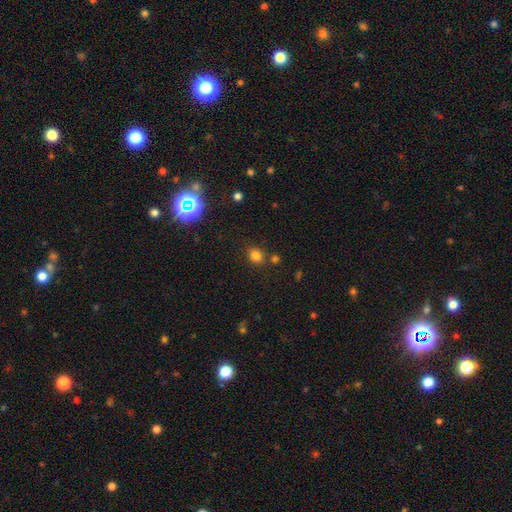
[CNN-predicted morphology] smooth 79%, star or artifact 16%, featured or disk 5%. Down the decision tree: how rounded — round (71%); merging — none (76%).